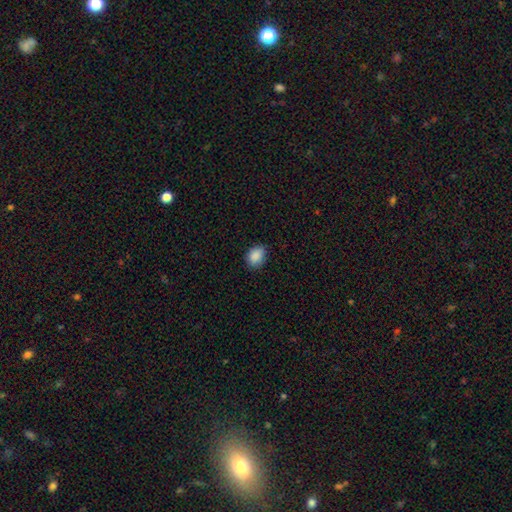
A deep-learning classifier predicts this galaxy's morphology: smooth_or_featured: smooth (p=0.89) [alt: star or artifact p=0.08]
how_rounded: in between (p=0.68) [alt: round p=0.31]
merging: none (p=0.79) [alt: minor disturbance p=0.17]